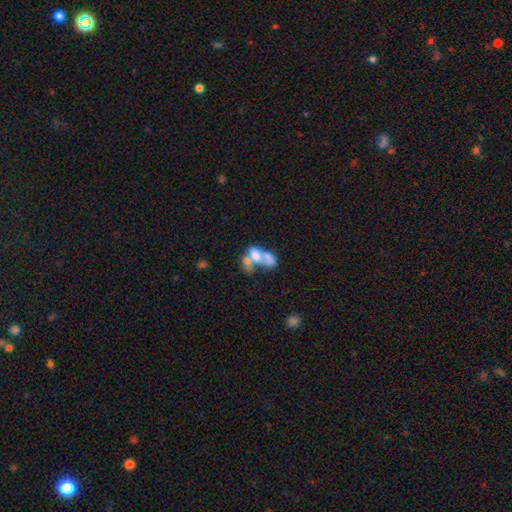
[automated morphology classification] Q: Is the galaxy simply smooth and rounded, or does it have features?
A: smooth — 52%.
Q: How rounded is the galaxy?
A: in between — 84%.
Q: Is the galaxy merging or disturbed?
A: merger — 70%.